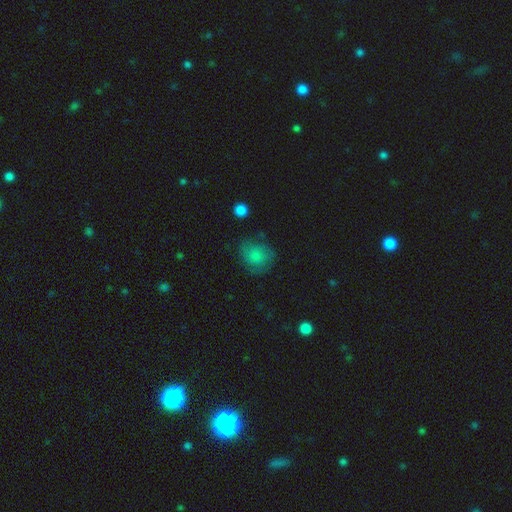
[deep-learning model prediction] Morphology: type=smooth (70%); roundness=round (71%); merging=none (65%).